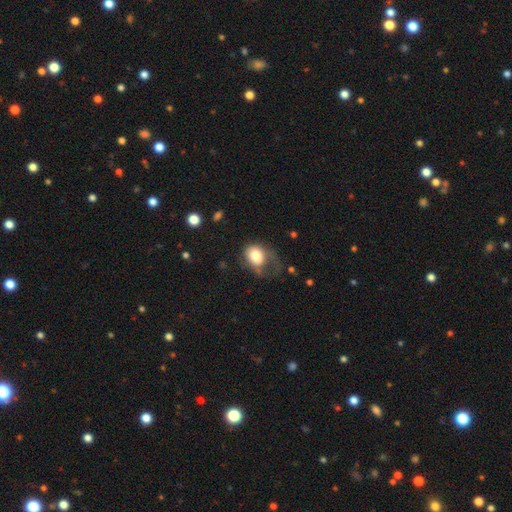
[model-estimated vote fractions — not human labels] Q: Smooth or featured?
A: smooth (74%); runner-up: featured or disk (18%)
Q: How rounded?
A: in between (55%); runner-up: round (44%)
Q: Merging?
A: major disturbance (50%); runner-up: minor disturbance (25%)